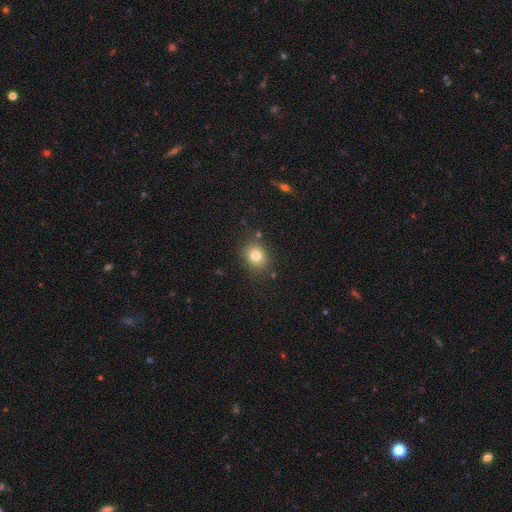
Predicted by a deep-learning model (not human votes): Morphology: type=smooth (78%); roundness=round (60%); merging=none (84%).